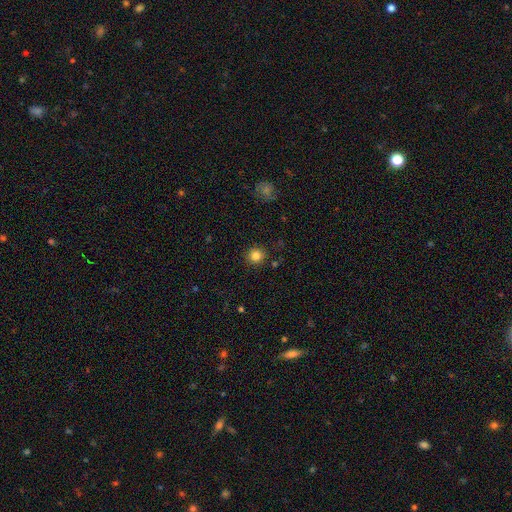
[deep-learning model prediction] The model was most divided on "smooth or featured": smooth: 83%, star or artifact: 12%, featured or disk: 5%. More confident: how rounded — round (92%); merging — none (89%).